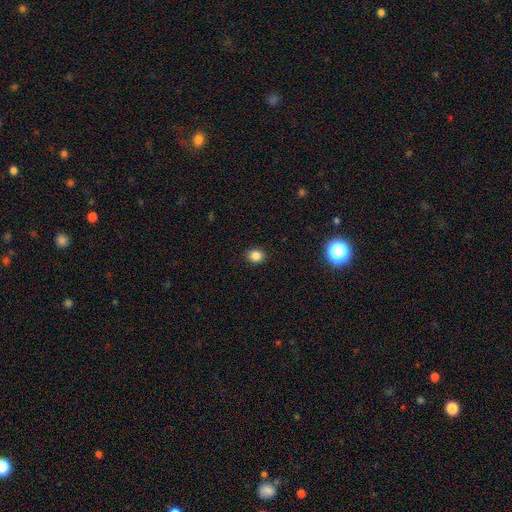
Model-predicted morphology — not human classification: A smooth galaxy with no disk features (84%) that is round (69%).

Vote fractions:
- Smooth or featured? smooth: 84% / star or artifact: 12% / featured or disk: 4%
- How rounded? round: 69% / in between: 30% / cigar-shaped: 1%
- Merging? none: 90% / minor disturbance: 7% / major disturbance: 2% / merger: 1%